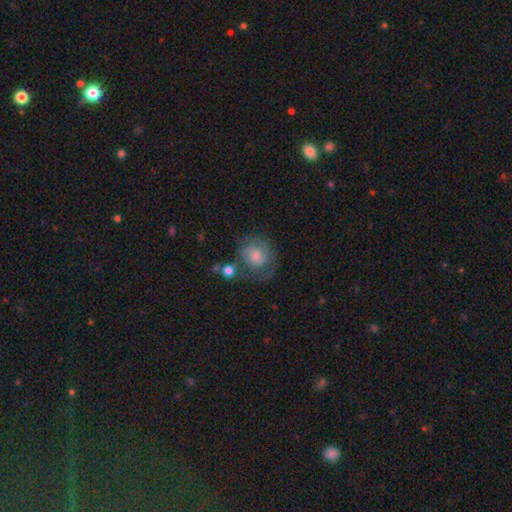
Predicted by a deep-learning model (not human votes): smooth_or_featured: smooth (p=0.46) [alt: featured or disk p=0.44]
merging: none (p=0.55) [alt: minor disturbance p=0.23]